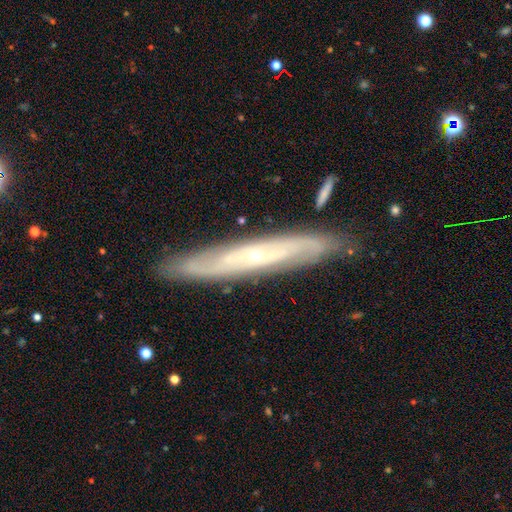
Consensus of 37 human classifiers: This appears to be a featured or disk galaxy (86%) with no bar (56%), 2 (76%) tight (56%) spiral arms (100%) and a small central bulge (88%). Merging: none (86%).